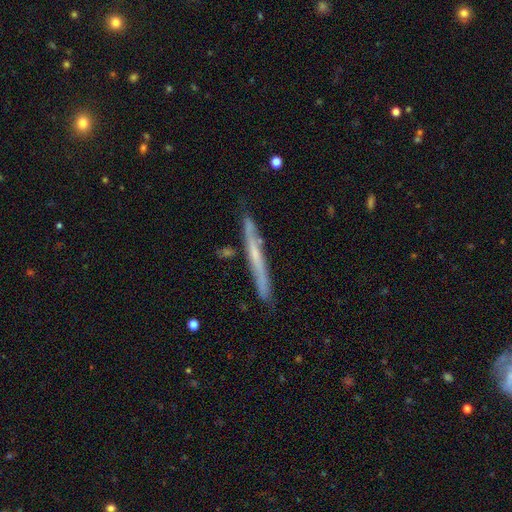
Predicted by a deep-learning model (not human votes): Q: Smooth or featured?
A: featured or disk (59%); runner-up: smooth (35%)
Q: Edge-on disk?
A: yes (91%); runner-up: no (9%)
Q: Edge-on bulge?
A: none (70%); runner-up: rounded (26%)
Q: Merging?
A: none (79%); runner-up: minor disturbance (15%)